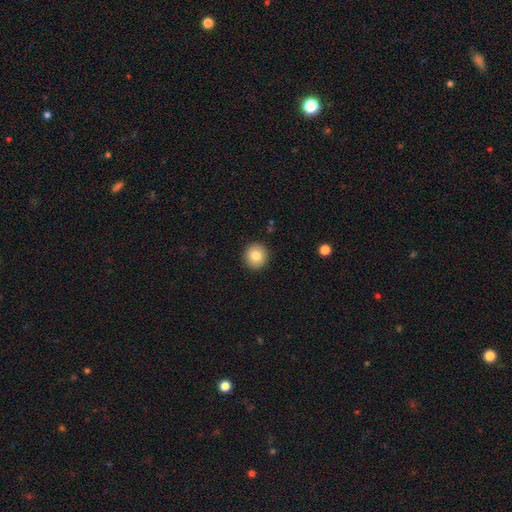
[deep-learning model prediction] A smooth galaxy with no disk features (83%) that is round (92%).

Vote fractions:
- Smooth or featured? smooth: 83% / star or artifact: 9% / featured or disk: 8%
- How rounded? round: 92% / in between: 7% / cigar-shaped: 1%
- Merging? none: 92% / minor disturbance: 6% / major disturbance: 2% / merger: 1%